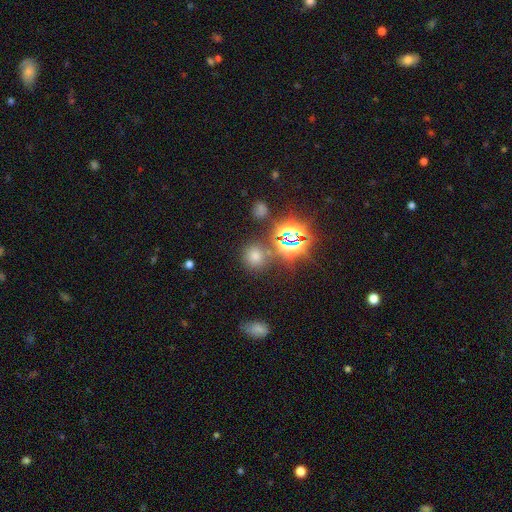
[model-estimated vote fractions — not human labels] A smooth galaxy with no disk features (55%) that is round (85%). Merging: none (79%).